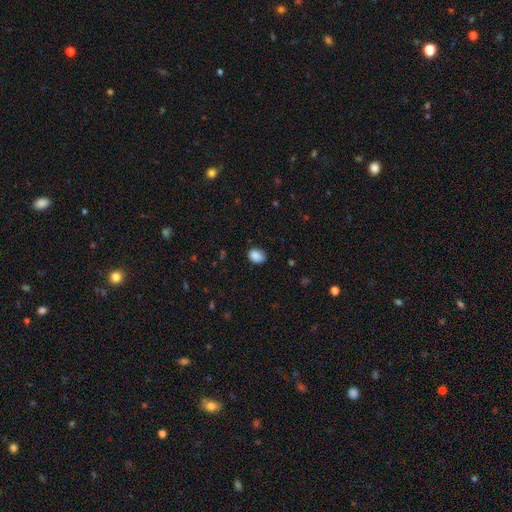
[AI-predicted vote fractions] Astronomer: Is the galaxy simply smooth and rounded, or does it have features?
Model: smooth — 88%.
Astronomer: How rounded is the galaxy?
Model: in between — 65%.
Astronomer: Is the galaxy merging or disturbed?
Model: none — 80%.